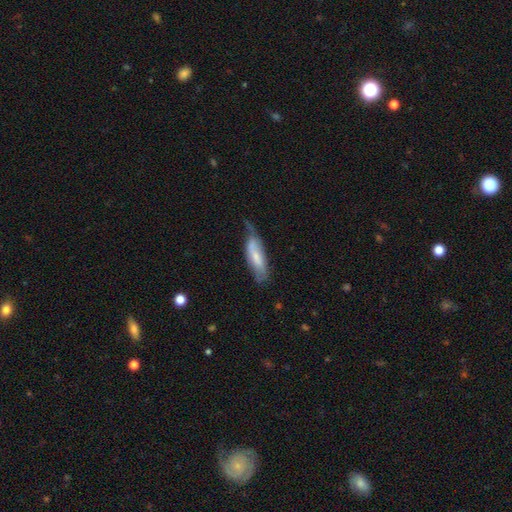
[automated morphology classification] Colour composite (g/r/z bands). It shows a smooth galaxy with no disk features (53%) that is in between round and cigar-shaped (52%). Merging: none (42%).